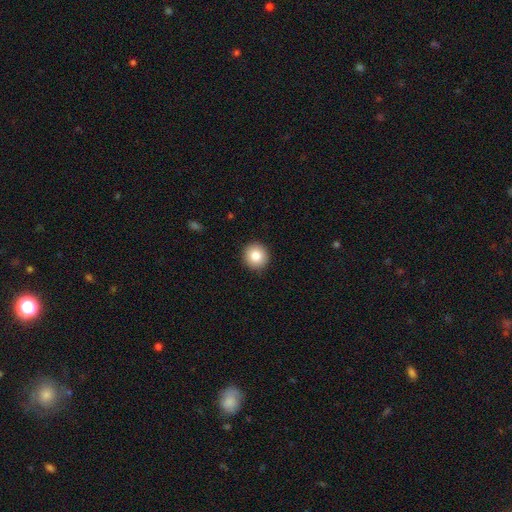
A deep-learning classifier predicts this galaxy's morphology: The model was most divided on "smooth or featured": smooth: 85%, star or artifact: 9%, featured or disk: 7%. More confident: how rounded — round (94%); merging — none (92%).